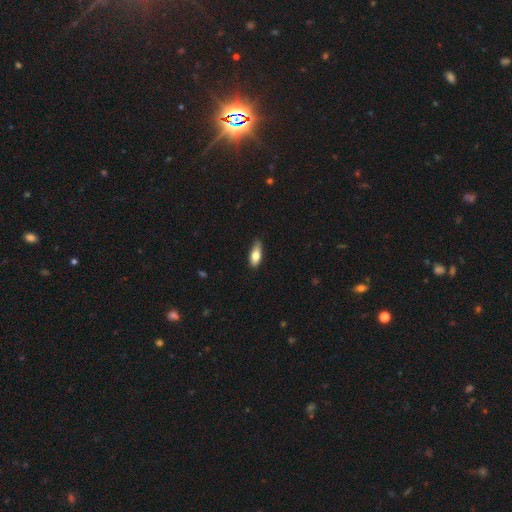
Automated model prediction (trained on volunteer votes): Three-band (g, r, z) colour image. It shows a smooth galaxy with no disk features (74%) that is in between round and cigar-shaped (75%). Merging: none (76%).